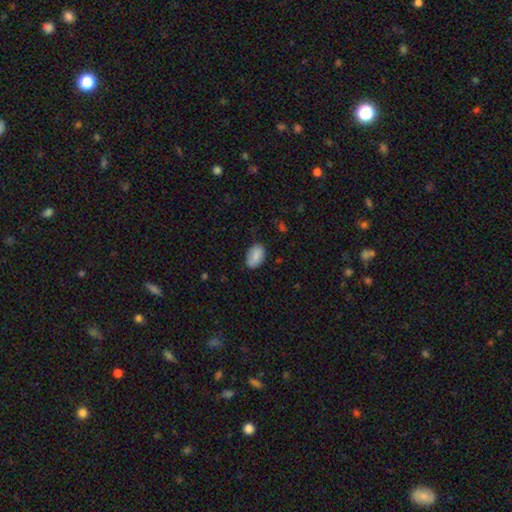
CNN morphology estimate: Smooth or featured?
  - smooth: 85% *
  - featured or disk: 8%
  - star or artifact: 7%
How rounded?
  - in between: 90% *
  - round: 9%
  - cigar-shaped: 1%
Merging?
  - none: 76% *
  - minor disturbance: 19%
  - major disturbance: 4%
  - merger: 1%